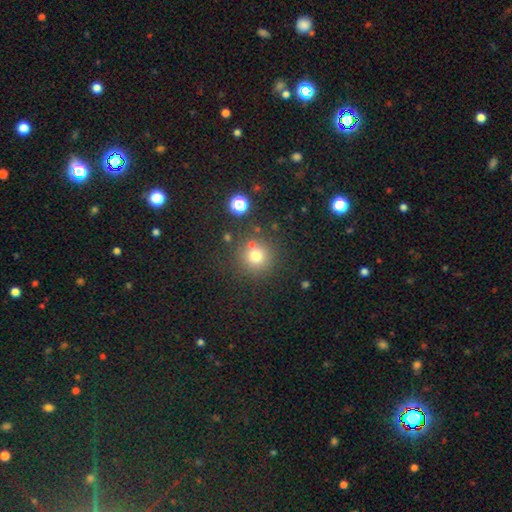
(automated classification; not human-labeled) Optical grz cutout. It shows a smooth galaxy with no disk features (75%) that is round (93%). Merging: none (78%).